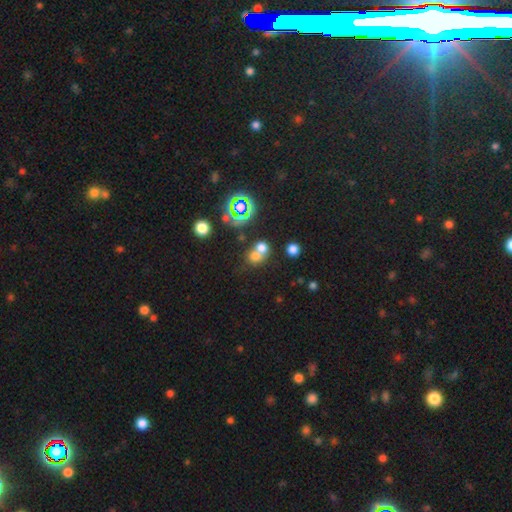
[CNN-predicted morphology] smooth-or-featured: smooth: 63% | star or artifact: 24% | featured or disk: 14%
  how-rounded: round: 74% | in between: 25% | cigar-shaped: 1%
  merging: merger: 55% | none: 35% | minor disturbance: 7% | major disturbance: 4%